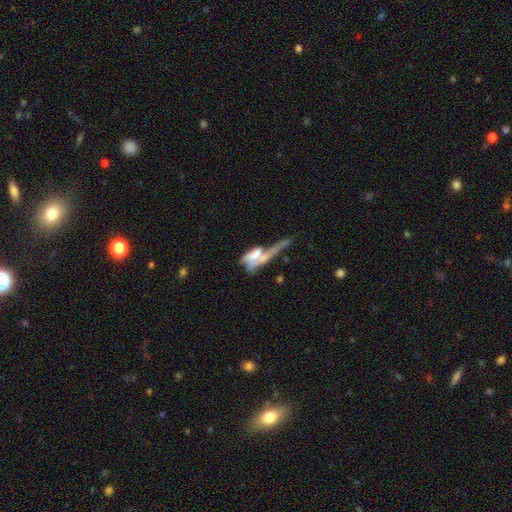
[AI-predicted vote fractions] Overall: featured or disk (46%; smooth 44%). Merging: merger (49%; major disturbance 22%).